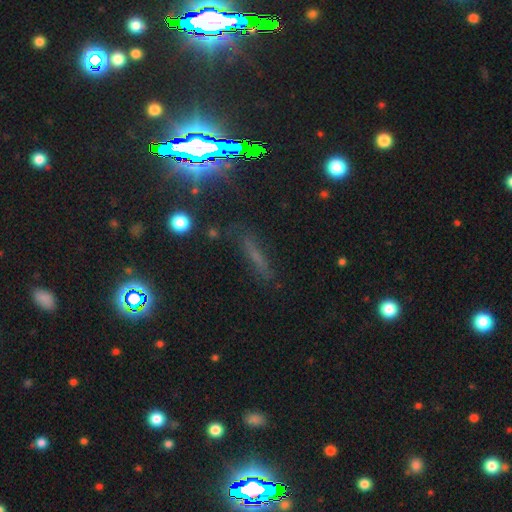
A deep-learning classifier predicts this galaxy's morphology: This is marginally a smooth galaxy (38%). Merging: likely none (75%).